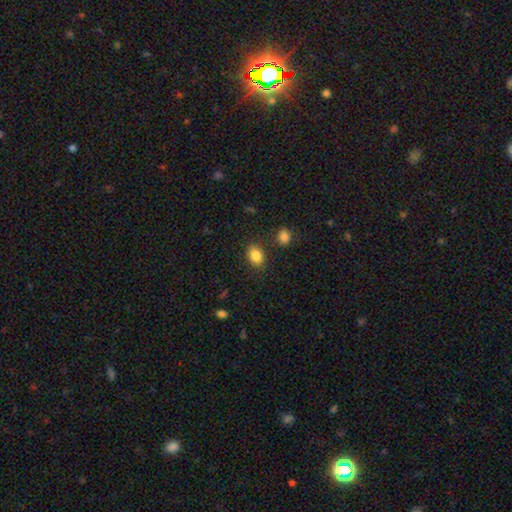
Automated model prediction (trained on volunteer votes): Smooth or featured? Predicted: smooth (p=0.86). How rounded? Predicted: in between (p=0.79). Merging? Predicted: none (p=0.82).